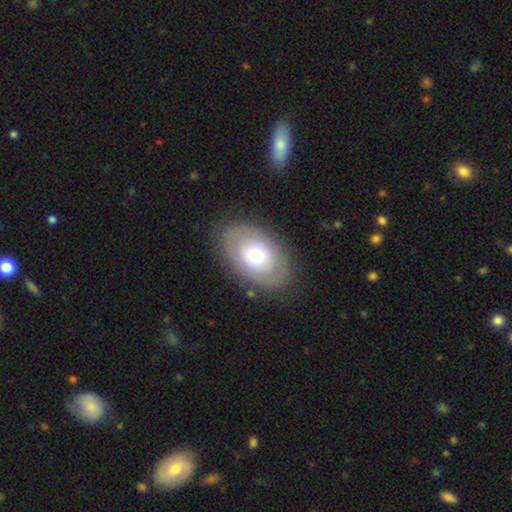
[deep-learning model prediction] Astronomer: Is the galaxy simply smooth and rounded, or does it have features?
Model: smooth — 58% (runner-up: featured or disk, 34%).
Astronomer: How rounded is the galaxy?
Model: in between — 81%.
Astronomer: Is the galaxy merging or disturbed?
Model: none — 82%.